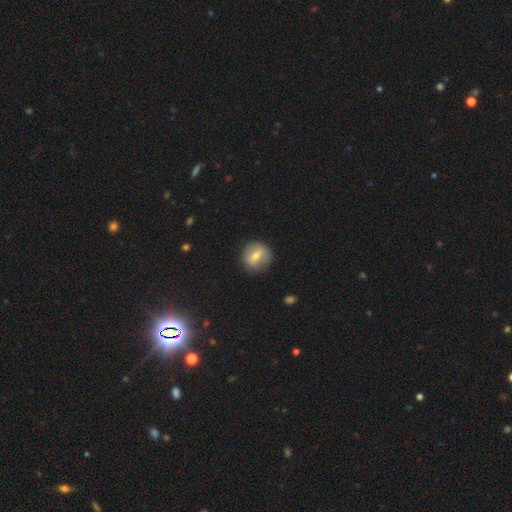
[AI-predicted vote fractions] smooth-or-featured: smooth: 56% | featured or disk: 36% | star or artifact: 8%
  how-rounded: round: 91% | in between: 8% | cigar-shaped: 1%
  merging: none: 86% | minor disturbance: 10% | major disturbance: 3% | merger: 1%